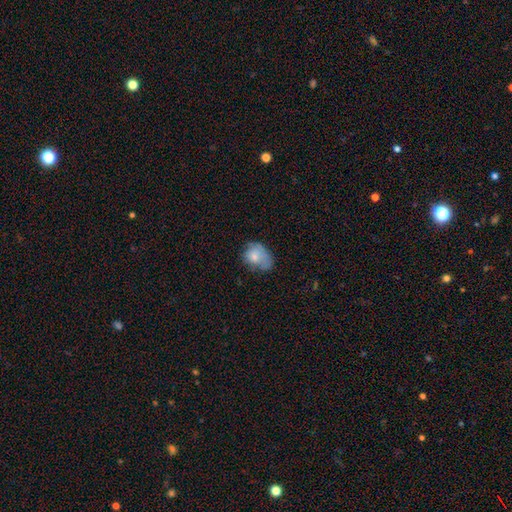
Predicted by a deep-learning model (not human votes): Q: Smooth or featured?
A: smooth (73%); runner-up: featured or disk (19%)
Q: How rounded?
A: in between (67%); runner-up: round (32%)
Q: Merging?
A: none (40%); runner-up: minor disturbance (36%)